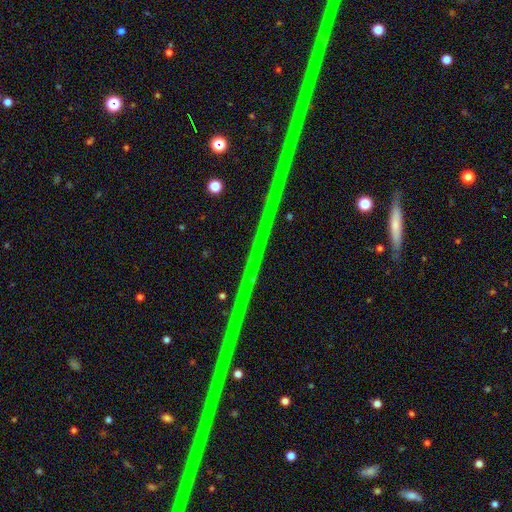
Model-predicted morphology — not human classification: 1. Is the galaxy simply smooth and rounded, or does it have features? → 88% star or artifact, 7% featured or disk, 5% smooth.